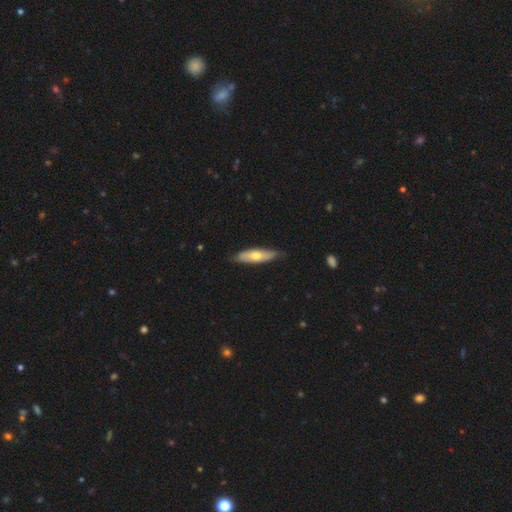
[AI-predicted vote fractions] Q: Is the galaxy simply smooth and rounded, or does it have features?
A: smooth — 58%.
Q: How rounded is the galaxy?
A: cigar-shaped — 55%.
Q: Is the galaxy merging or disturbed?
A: none — 79%.